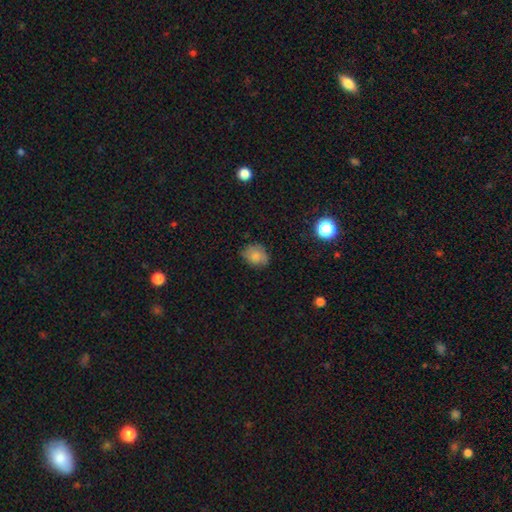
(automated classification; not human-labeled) Smooth or featured? smooth (78%)
How rounded? in between (52%)
Merging? none (71%)